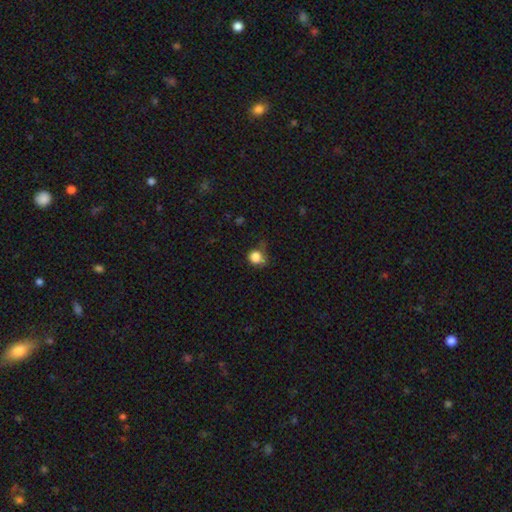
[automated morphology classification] Q: Smooth or featured?
A: smooth (83%); runner-up: star or artifact (11%)
Q: How rounded?
A: round (72%); runner-up: in between (27%)
Q: Merging?
A: none (43%); runner-up: minor disturbance (34%)